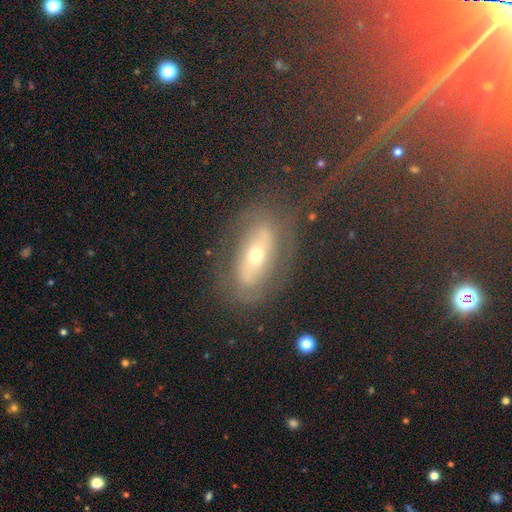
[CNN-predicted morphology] The model was most divided on "smooth or featured": featured or disk: 48%, smooth: 26%, star or artifact: 26%. More confident: merging — none (76%).